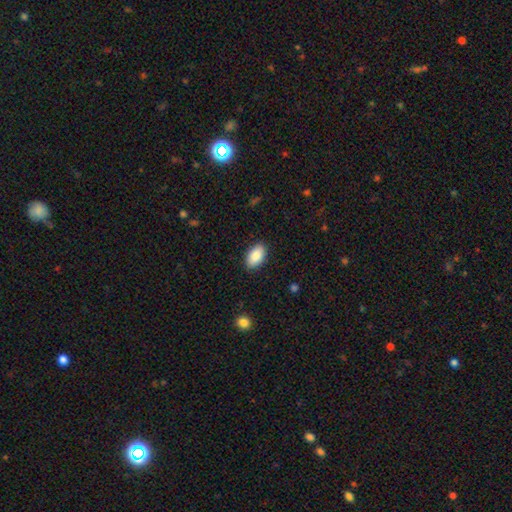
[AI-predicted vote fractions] A smooth galaxy with no disk features (89%) that is in between round and cigar-shaped (94%). Merging: none (88%).